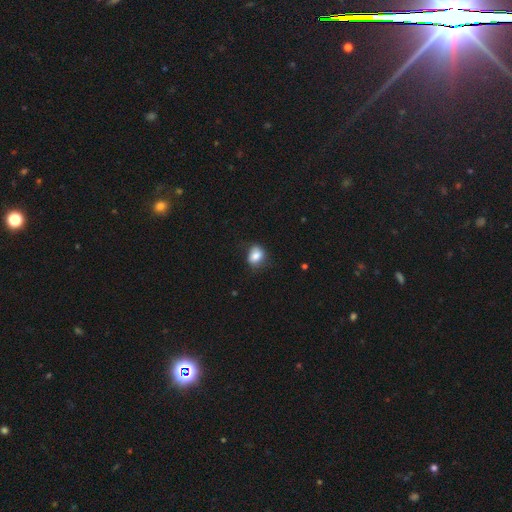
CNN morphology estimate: smooth_or_featured: smooth (p=0.81) [alt: featured or disk p=0.10]
how_rounded: in between (p=0.64) [alt: round p=0.35]
merging: none (p=0.66) [alt: minor disturbance p=0.25]